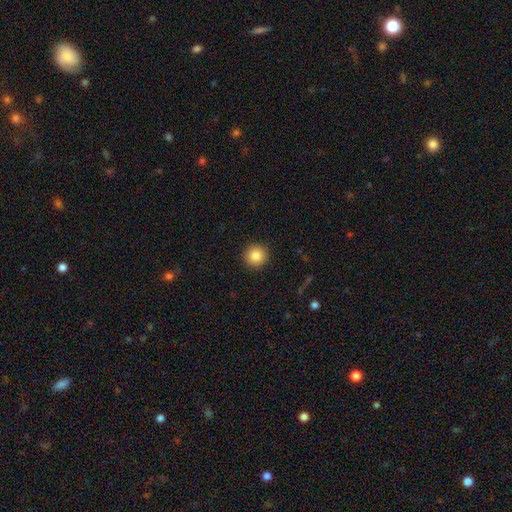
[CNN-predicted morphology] A smooth galaxy with no disk features (85%) that is round (94%). Merging: none (92%).